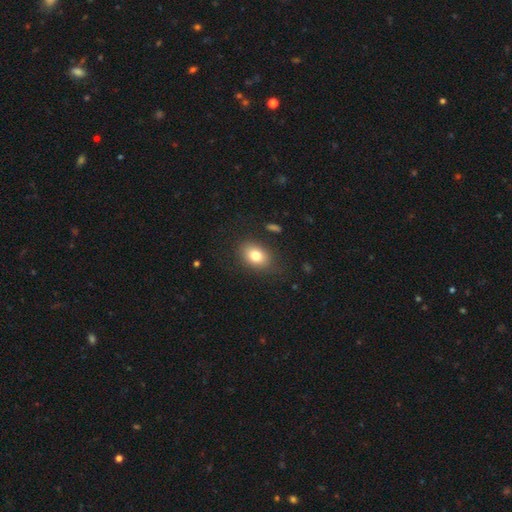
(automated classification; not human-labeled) Smooth or featured? Predicted: smooth (p=0.79). How rounded? Predicted: in between (p=0.75). Merging? Predicted: none (p=0.81).